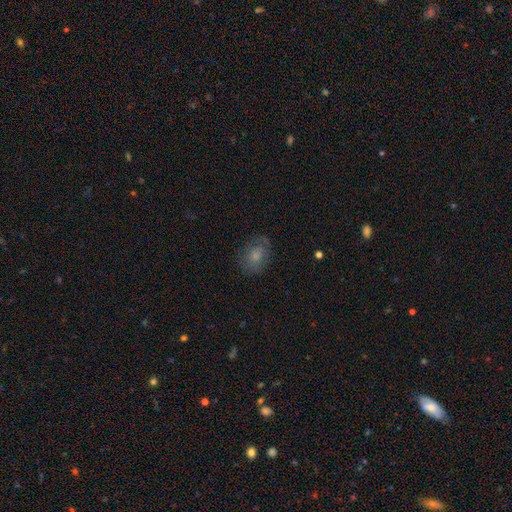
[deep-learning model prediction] This is likely a smooth galaxy (65%). How rounded: likely in between (64%). Merging: likely none (71%).